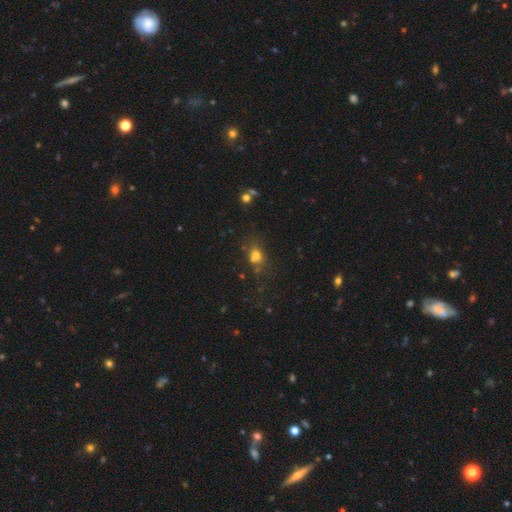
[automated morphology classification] A smooth galaxy with no disk features (66%) that is round (52%).

Vote fractions:
- Smooth or featured? smooth: 66% / star or artifact: 20% / featured or disk: 15%
- How rounded? round: 52% / in between: 46% / cigar-shaped: 2%
- Merging? none: 47% / merger: 29% / minor disturbance: 16% / major disturbance: 9%